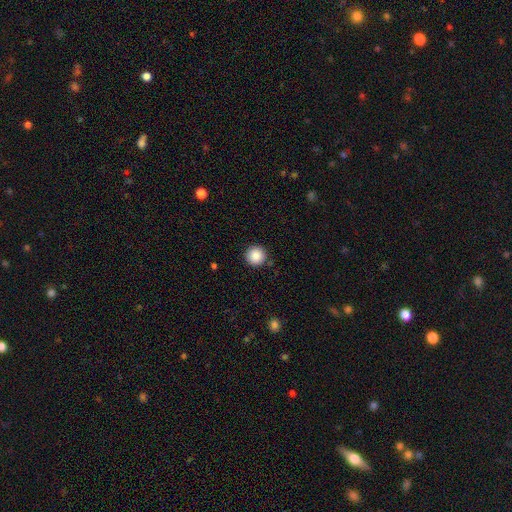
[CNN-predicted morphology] Overall: smooth (87%). How rounded: round (96%). Merging: none (90%).